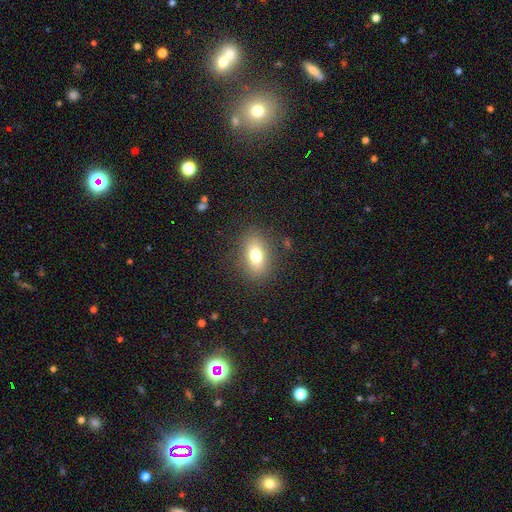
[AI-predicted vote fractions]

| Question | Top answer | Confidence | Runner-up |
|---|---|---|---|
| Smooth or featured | smooth | 74% | featured or disk (15%) |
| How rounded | in between | 79% | round (17%) |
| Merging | none | 85% | minor disturbance (10%) |